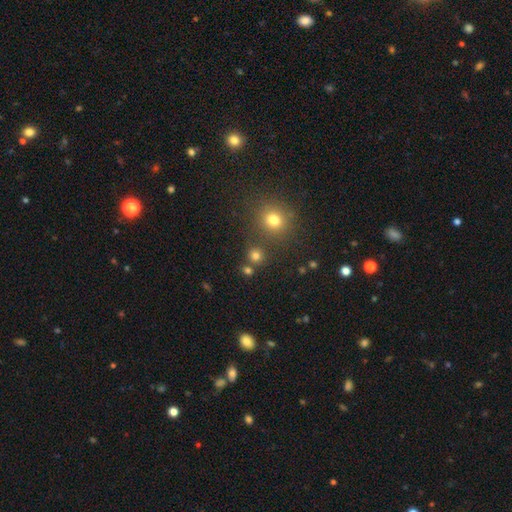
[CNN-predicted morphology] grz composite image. It shows a smooth galaxy with no disk features (75%) that is round (91%). Merging: none (77%).